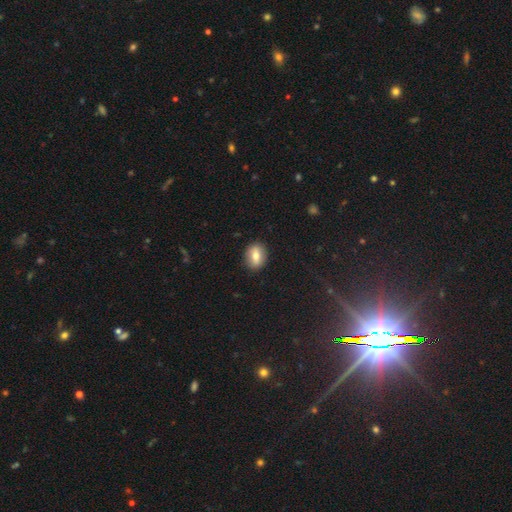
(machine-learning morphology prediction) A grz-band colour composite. It shows a smooth galaxy with no disk features (73%) that is in between round and cigar-shaped (60%). Merging: none (87%).